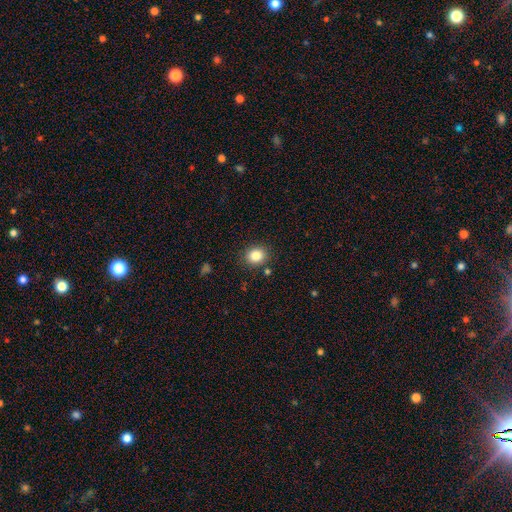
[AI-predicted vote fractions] Smooth or featured: smooth — 84% (star or artifact — 10%)
How rounded: round — 71% (in between — 28%)
Merging: none — 86% (minor disturbance — 9%)